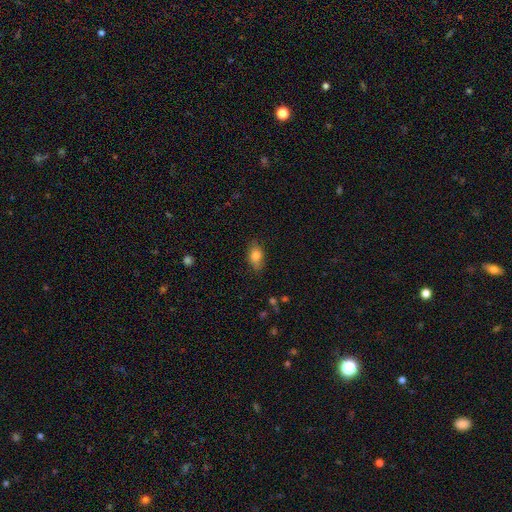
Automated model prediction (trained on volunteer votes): The model was most divided on "merging": none: 81%, minor disturbance: 15%, major disturbance: 3%, merger: 1%. More confident: how rounded — in between (86%); smooth or featured — smooth (79%).